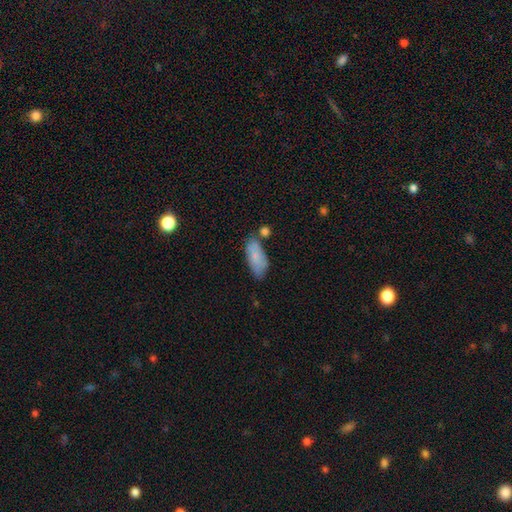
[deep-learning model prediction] smooth-or-featured: smooth: 74% | featured or disk: 19% | star or artifact: 7%
  how-rounded: in between: 86% | cigar-shaped: 12% | round: 3%
  merging: none: 63% | minor disturbance: 22% | merger: 11% | major disturbance: 5%